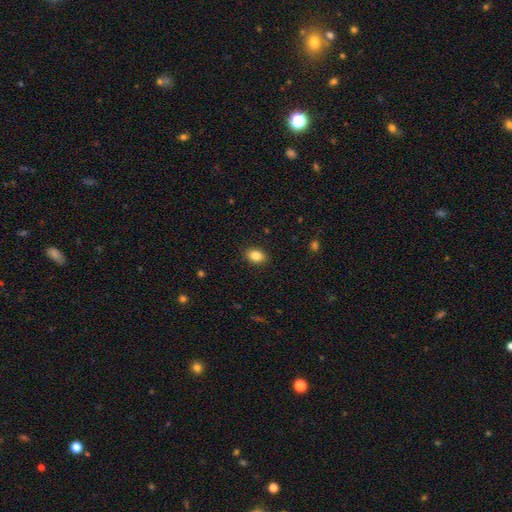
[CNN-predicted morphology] Q: Smooth or featured?
A: smooth (85%); runner-up: star or artifact (8%)
Q: How rounded?
A: in between (82%); runner-up: round (17%)
Q: Merging?
A: none (89%); runner-up: minor disturbance (8%)